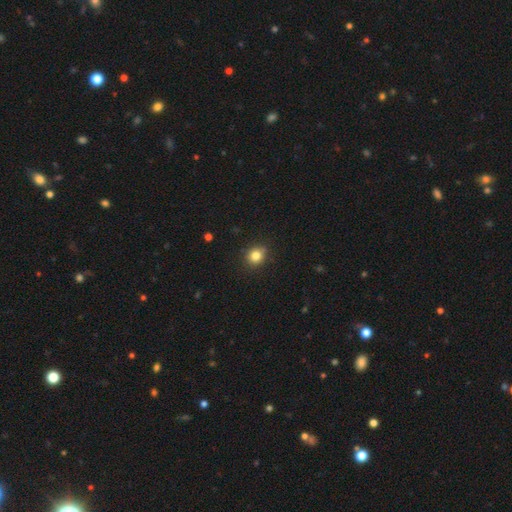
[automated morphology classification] Smooth or featured? smooth (82%)
How rounded? round (79%)
Merging? none (83%)